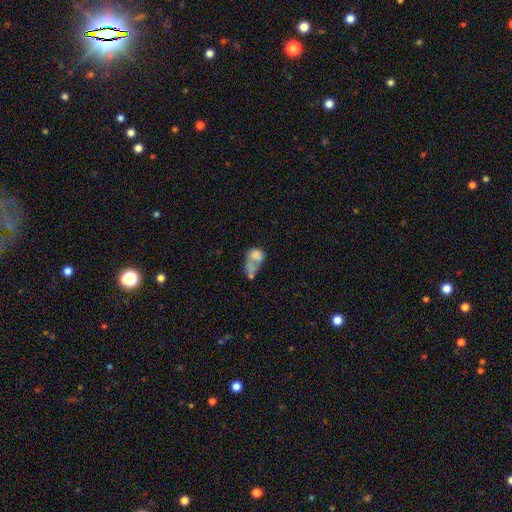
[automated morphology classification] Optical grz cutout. It shows a smooth galaxy with no disk features (63%) that is in between round and cigar-shaped (69%). Merging: merger (51%).